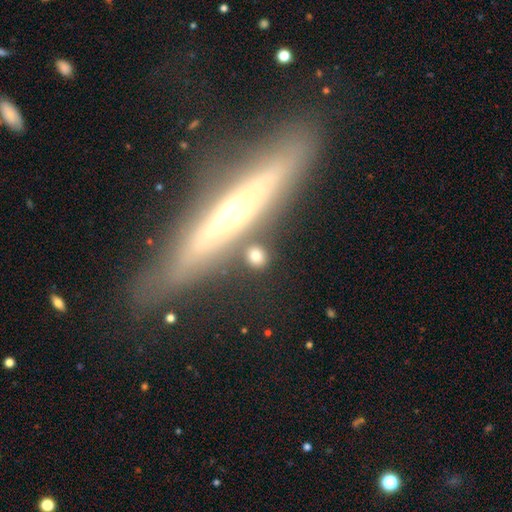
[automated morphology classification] A smooth galaxy with no disk features (74%) that is round (69%). Merging: none (80%).